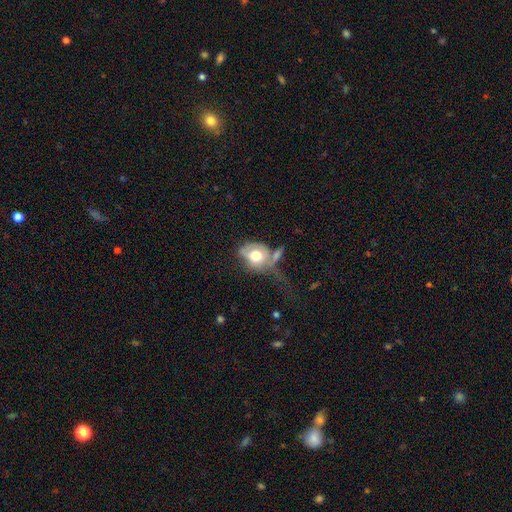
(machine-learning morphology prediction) Smooth or featured? smooth (56%)
How rounded? in between (51%)
Merging? major disturbance (32%)